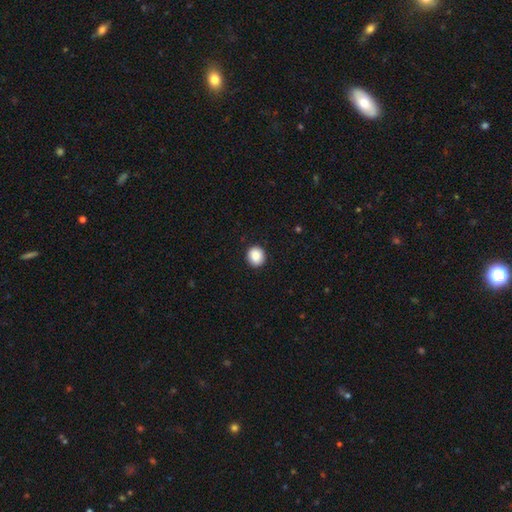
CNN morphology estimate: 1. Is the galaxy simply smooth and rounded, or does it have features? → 88% smooth, 8% star or artifact, 4% featured or disk.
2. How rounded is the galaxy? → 82% round, 17% in between, 1% cigar-shaped.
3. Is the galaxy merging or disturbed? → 90% none, 7% minor disturbance, 2% major disturbance, 1% merger.